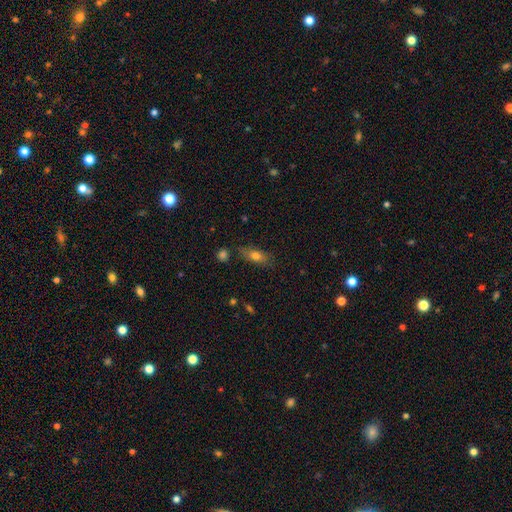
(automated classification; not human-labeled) smooth_or_featured: smooth (p=0.72) [alt: featured or disk p=0.19]
how_rounded: in between (p=0.71) [alt: cigar-shaped p=0.23]
merging: none (p=0.76) [alt: minor disturbance p=0.16]